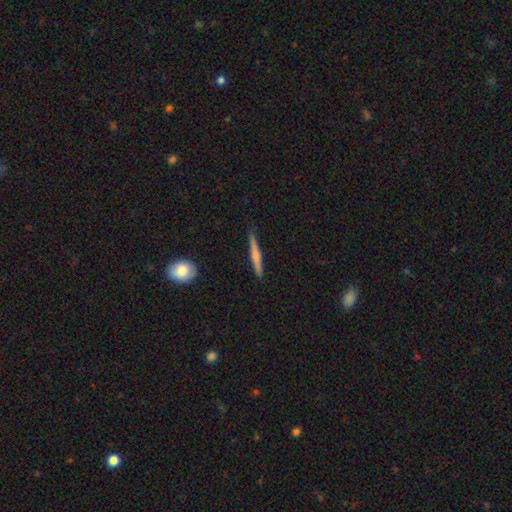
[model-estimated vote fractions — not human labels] Smooth or featured: smooth — 47% (tied with featured or disk — 47%)
Merging: none — 86% (minor disturbance — 11%)